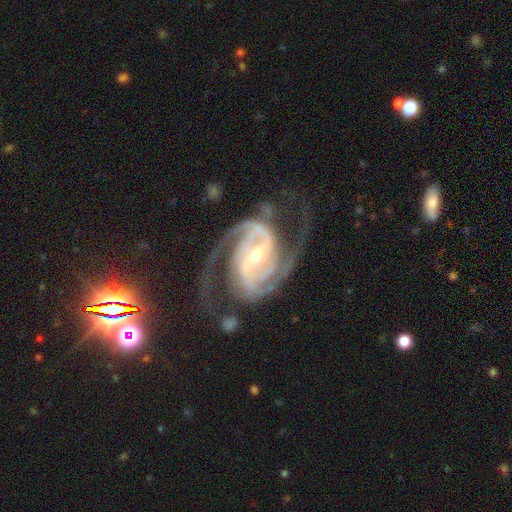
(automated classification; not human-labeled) Overall: featured or disk (94%). Edge-on disk: no (98%). Bar: strong (45%; weak 38%). Spiral arms: yes (99%). Spiral arm count: 2 (75%). Spiral winding: medium (54%; tight 35%). Bulge size: moderate (50%; small 45%). Merging: none (68%).